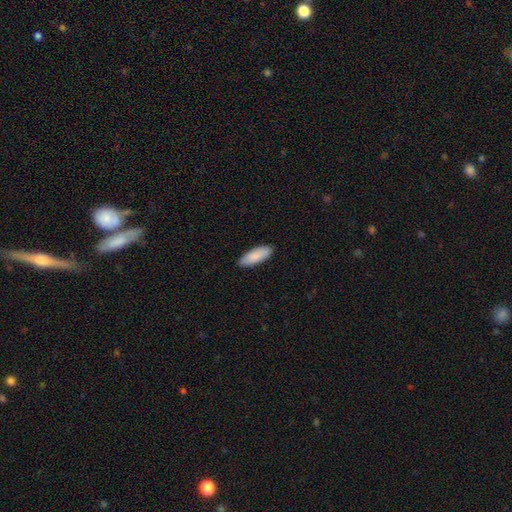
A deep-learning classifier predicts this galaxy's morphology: type=smooth (88%); roundness=in between (68%); merging=none (88%).